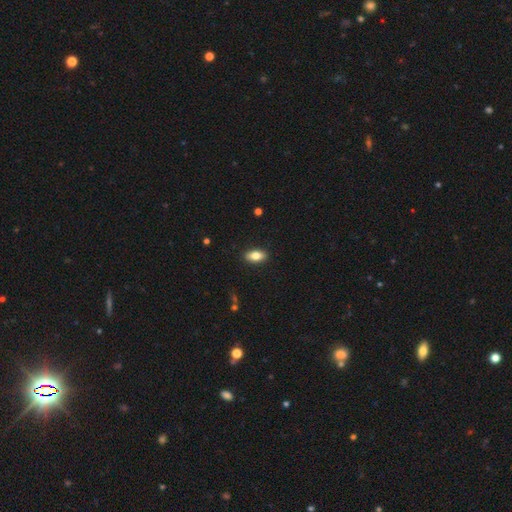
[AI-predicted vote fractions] Smooth or featured: smooth — 79% (featured or disk — 14%)
How rounded: in between — 88% (cigar-shaped — 7%)
Merging: none — 89% (minor disturbance — 8%)